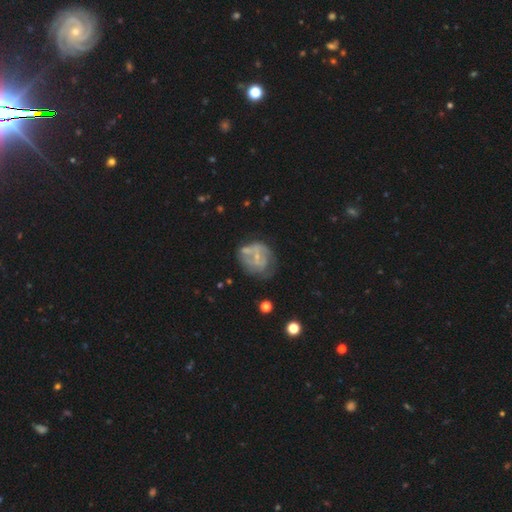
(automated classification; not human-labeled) Smooth or featured: featured or disk — 63% (smooth — 27%)
Edge-on disk: no — 97% (yes — 3%)
Bar: no — 58% (weak — 32%)
Spiral arms: no — 57% (yes — 43%)
Bulge size: small — 61% (none — 20%)
Merging: none — 41% (minor disturbance — 25%)